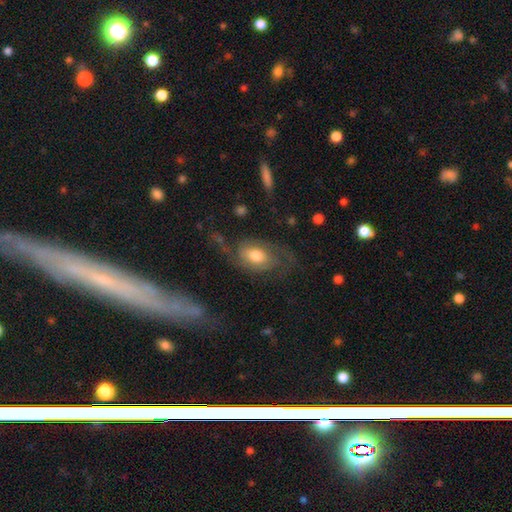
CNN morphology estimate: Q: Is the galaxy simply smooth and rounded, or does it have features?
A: featured or disk — 65%.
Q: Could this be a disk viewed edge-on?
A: no — 95%.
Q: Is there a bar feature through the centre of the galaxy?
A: no — 70%.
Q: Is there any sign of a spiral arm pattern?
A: yes — 86%.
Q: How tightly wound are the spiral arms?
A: medium — 40%.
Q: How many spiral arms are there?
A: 2 — 79%.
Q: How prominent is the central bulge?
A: moderate — 65%.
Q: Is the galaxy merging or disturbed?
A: none — 56%.